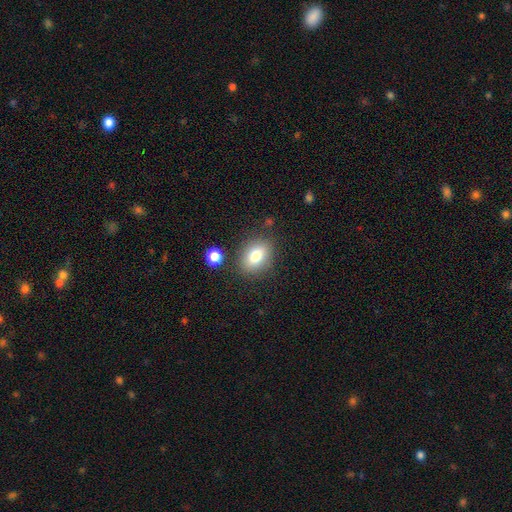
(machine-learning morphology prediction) This is likely a smooth galaxy (79%). How rounded: likely in between (75%). Merging: likely none (79%).